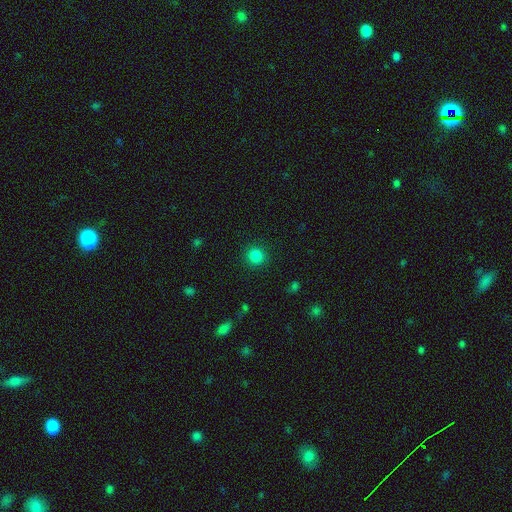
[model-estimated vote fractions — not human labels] This is clearly a smooth galaxy (84%). How rounded: clearly round (92%). Merging: clearly none (91%).